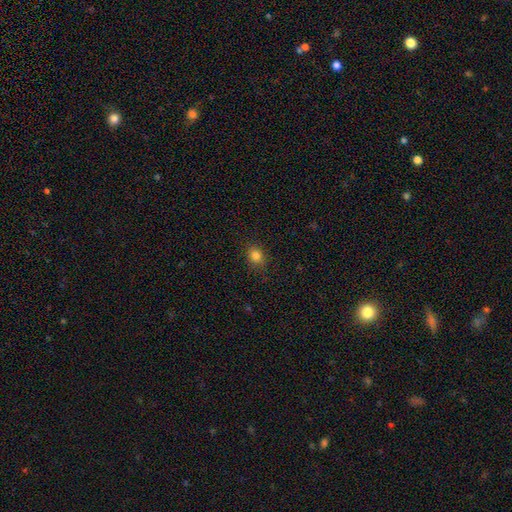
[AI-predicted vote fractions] smooth_or_featured: smooth (p=0.82) [alt: star or artifact p=0.13]
how_rounded: round (p=0.60) [alt: in between p=0.39]
merging: none (p=0.87) [alt: minor disturbance p=0.10]